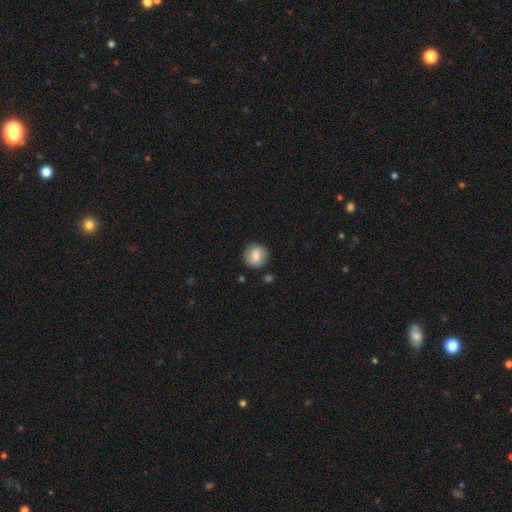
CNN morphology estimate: This is likely a smooth galaxy (66%). How rounded: clearly round (84%). Merging: clearly none (80%).